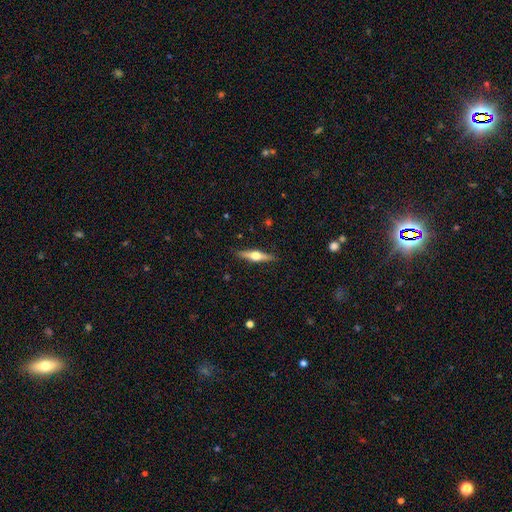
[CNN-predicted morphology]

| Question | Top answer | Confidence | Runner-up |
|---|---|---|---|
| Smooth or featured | featured or disk | 65% | smooth (29%) |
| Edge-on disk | yes | 96% | no (4%) |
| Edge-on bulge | rounded | 95% | boxy (3%) |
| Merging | none | 90% | minor disturbance (8%) |